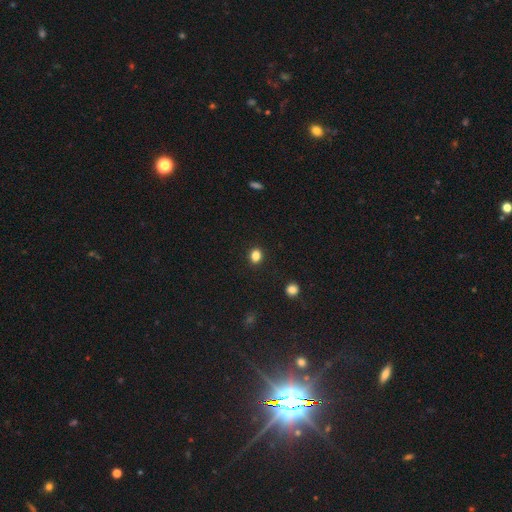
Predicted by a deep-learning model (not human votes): This is clearly a smooth galaxy (84%). How rounded: possibly round (59%). Merging: clearly none (90%).